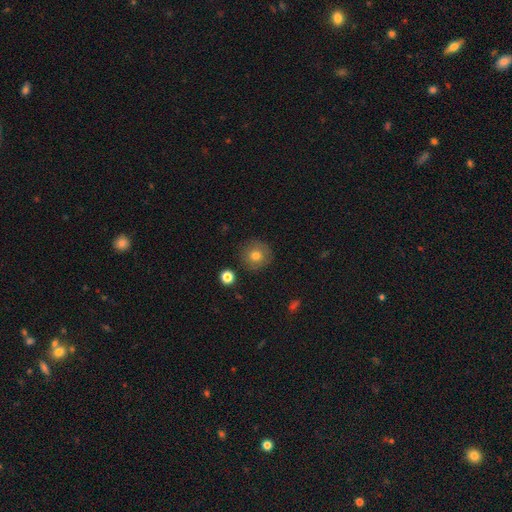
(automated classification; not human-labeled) Smooth or featured? Predicted: smooth (p=0.75). How rounded? Predicted: round (p=0.94). Merging? Predicted: none (p=0.88).